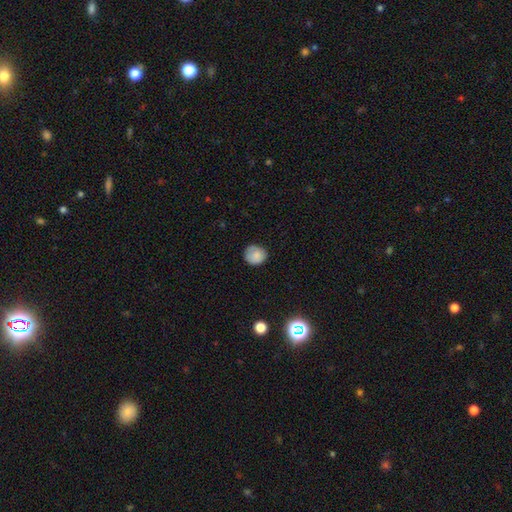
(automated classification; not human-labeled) The model was most divided on "merging": none: 78%, minor disturbance: 17%, major disturbance: 4%, merger: 1%. More confident: how rounded — round (85%); smooth or featured — smooth (83%).